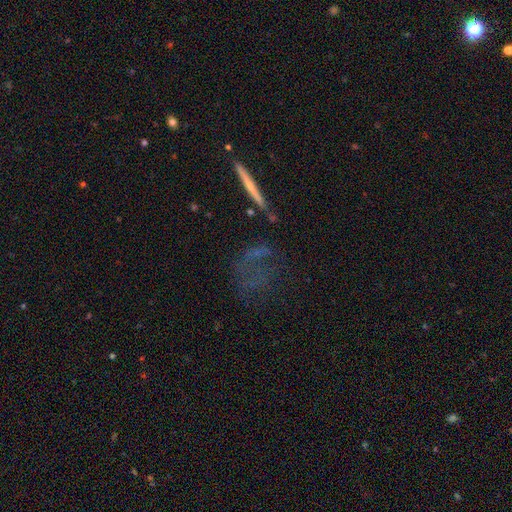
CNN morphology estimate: This is possibly a featured or disk galaxy (48%). Merging: possibly none (47%).